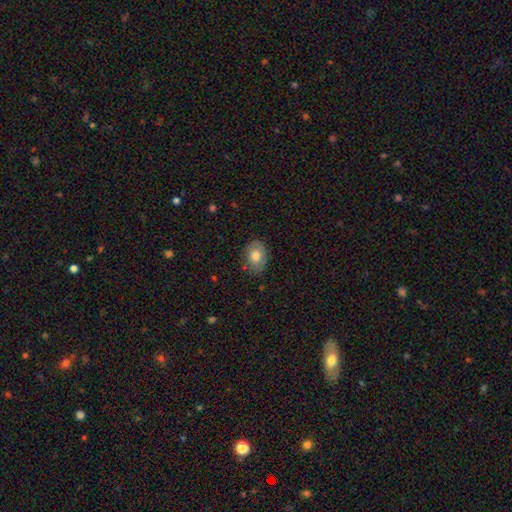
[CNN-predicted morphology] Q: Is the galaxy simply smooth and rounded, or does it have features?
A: smooth — 77%.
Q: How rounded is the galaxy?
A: in between — 70%.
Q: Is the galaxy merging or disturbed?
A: none — 79%.